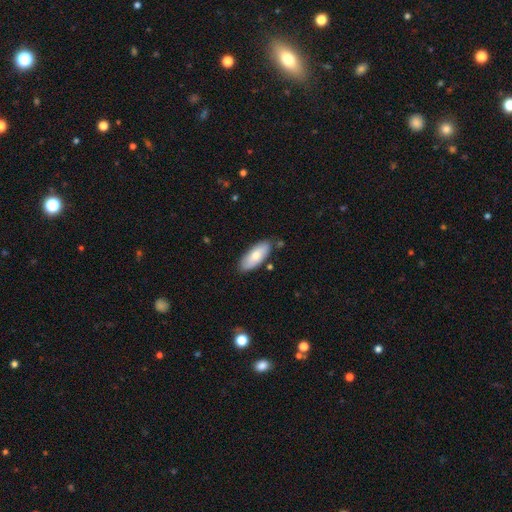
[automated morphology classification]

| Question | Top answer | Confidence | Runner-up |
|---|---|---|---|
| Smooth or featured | smooth | 73% | featured or disk (22%) |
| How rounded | in between | 82% | cigar-shaped (16%) |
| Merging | none | 82% | minor disturbance (13%) |